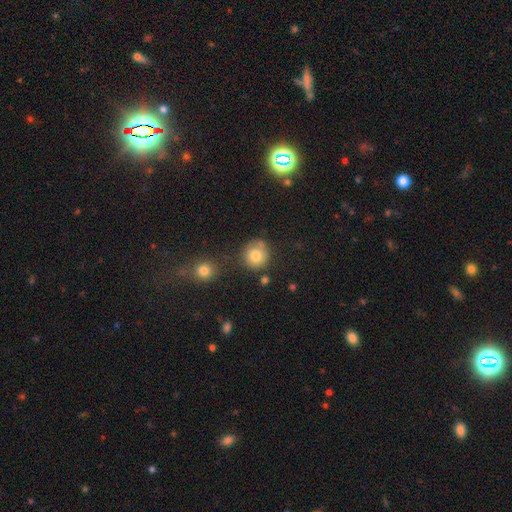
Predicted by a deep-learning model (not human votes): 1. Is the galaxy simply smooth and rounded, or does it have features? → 79% smooth, 11% star or artifact, 10% featured or disk.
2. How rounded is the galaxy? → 91% round, 8% in between, 1% cigar-shaped.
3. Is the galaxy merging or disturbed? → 71% none, 14% minor disturbance, 10% merger, 4% major disturbance.